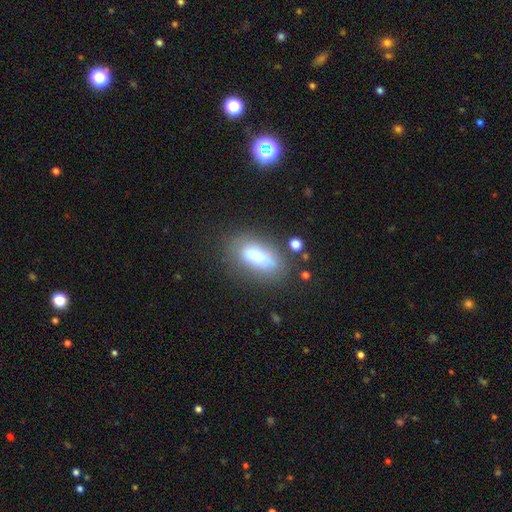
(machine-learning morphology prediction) A smooth galaxy with no disk features (70%) that is in between round and cigar-shaped (80%). Merging: none (65%).